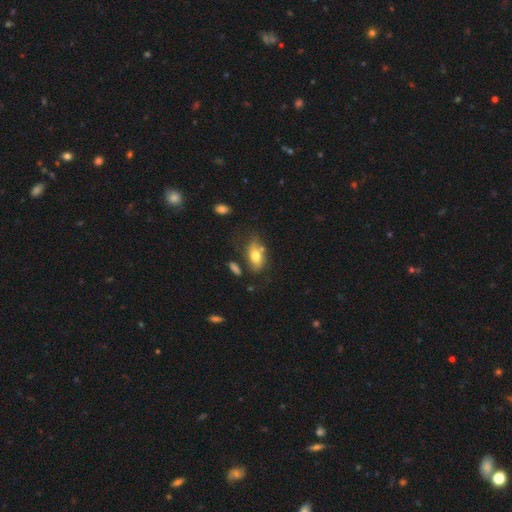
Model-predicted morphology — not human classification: A smooth galaxy with no disk features (69%) that is in between round and cigar-shaped (86%). Merging: none (54%).